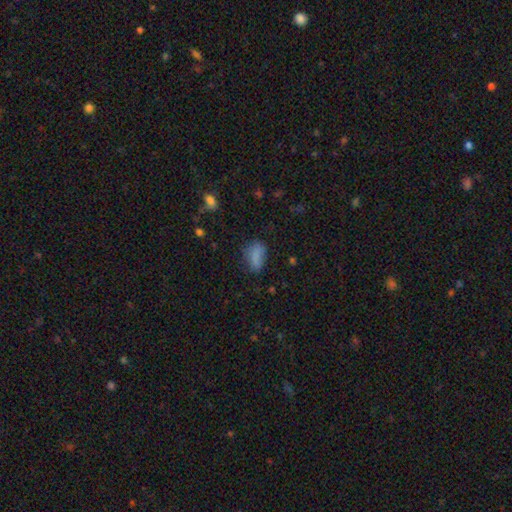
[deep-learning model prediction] Morphology: type=smooth (80%); roundness=in between (87%); merging=none (60%).